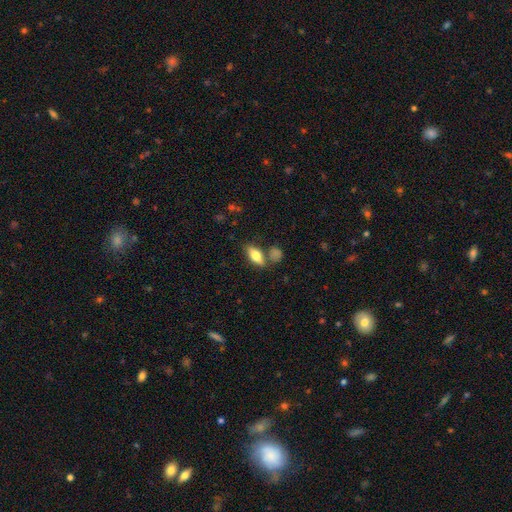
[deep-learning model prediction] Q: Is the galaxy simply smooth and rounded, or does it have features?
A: smooth — 73%.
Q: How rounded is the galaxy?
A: in between — 77%.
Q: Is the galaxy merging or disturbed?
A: none — 68%.